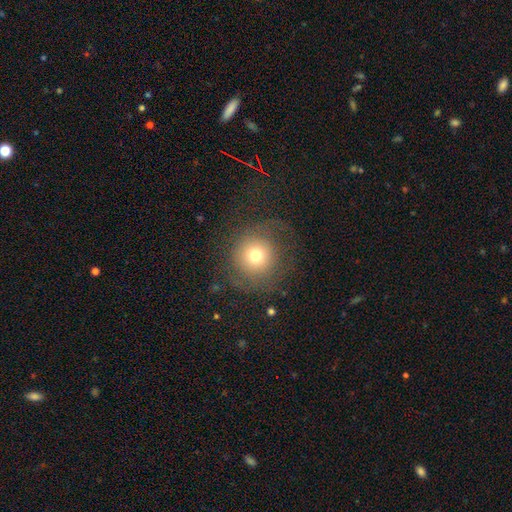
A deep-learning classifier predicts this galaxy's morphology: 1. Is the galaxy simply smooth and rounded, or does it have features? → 68% smooth, 18% featured or disk, 14% star or artifact.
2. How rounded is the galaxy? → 93% round, 6% in between, 1% cigar-shaped.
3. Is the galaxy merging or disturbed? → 69% none, 16% major disturbance, 13% minor disturbance, 1% merger.